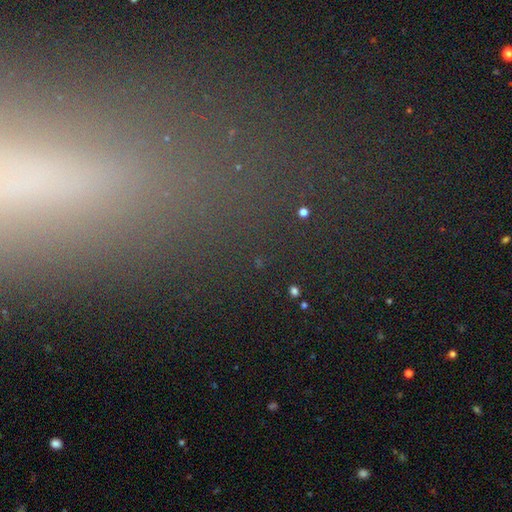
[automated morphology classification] A star or artifact, not a galaxy (54%).